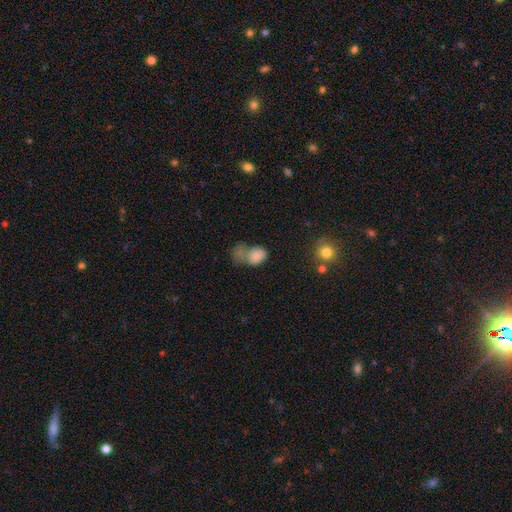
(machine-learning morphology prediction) Smooth or featured: smooth — 77% (featured or disk — 12%)
How rounded: in between — 73% (round — 26%)
Merging: merger — 38% (none — 23%)